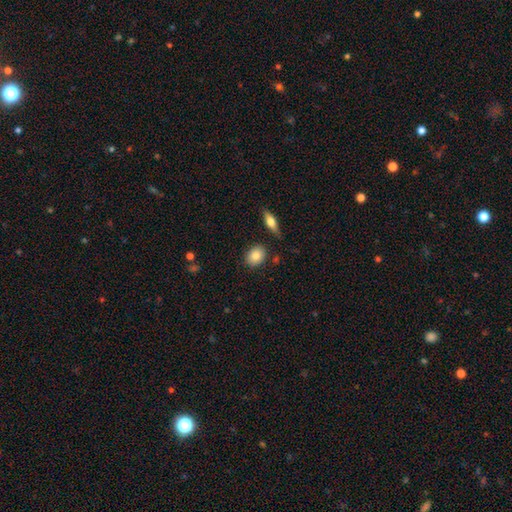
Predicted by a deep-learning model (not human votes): Smooth or featured?
  - smooth: 82% *
  - featured or disk: 11%
  - star or artifact: 7%
How rounded?
  - in between: 51% *
  - round: 47%
  - cigar-shaped: 2%
Merging?
  - none: 84% *
  - minor disturbance: 10%
  - merger: 3%
  - major disturbance: 2%